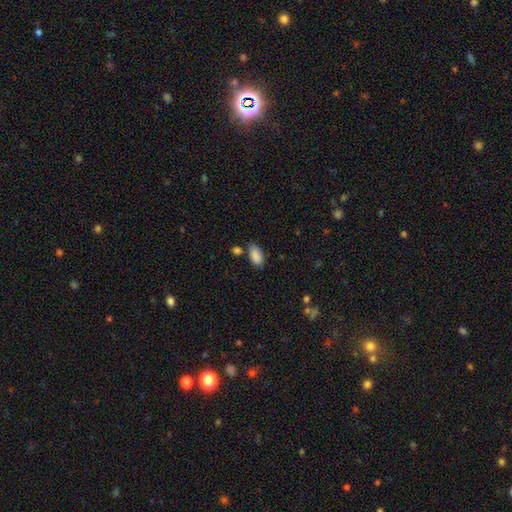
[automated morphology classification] Q: Smooth or featured?
A: smooth (89%); runner-up: star or artifact (7%)
Q: How rounded?
A: in between (92%); runner-up: cigar-shaped (5%)
Q: Merging?
A: none (72%); runner-up: minor disturbance (16%)